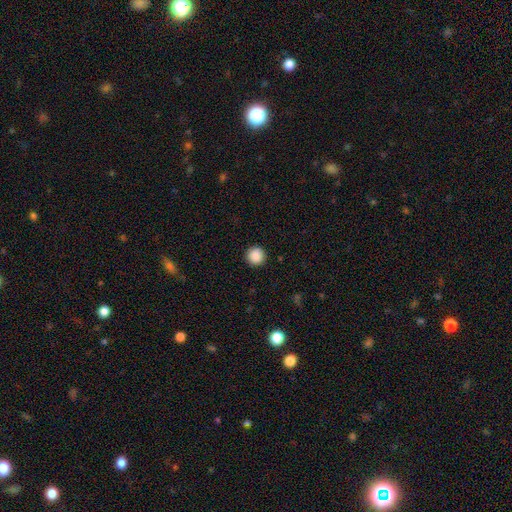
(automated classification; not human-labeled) The model was most divided on "smooth or featured": smooth: 88%, star or artifact: 9%, featured or disk: 3%. More confident: how rounded — round (96%); merging — none (93%).